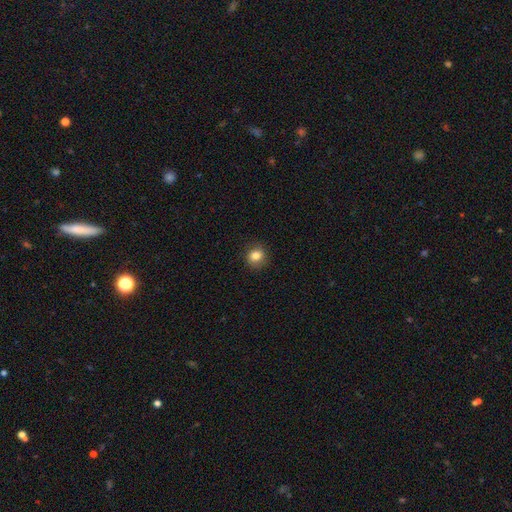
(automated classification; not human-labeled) This appears to be a smooth galaxy with no disk features (83%) that is round (82%). Merging: none (87%).